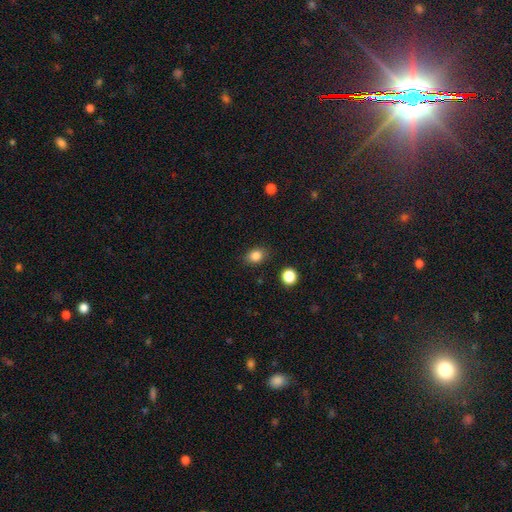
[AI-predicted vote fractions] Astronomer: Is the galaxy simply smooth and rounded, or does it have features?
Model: smooth — 84%.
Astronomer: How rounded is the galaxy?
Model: in between — 60% (runner-up: round, 39%).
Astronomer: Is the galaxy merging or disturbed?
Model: none — 85%.